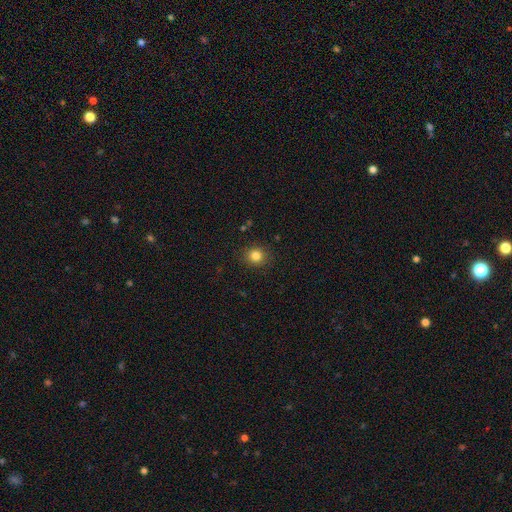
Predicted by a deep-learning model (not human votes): Smooth or featured: smooth — 83% (star or artifact — 12%)
How rounded: round — 85% (in between — 14%)
Merging: none — 89% (minor disturbance — 7%)